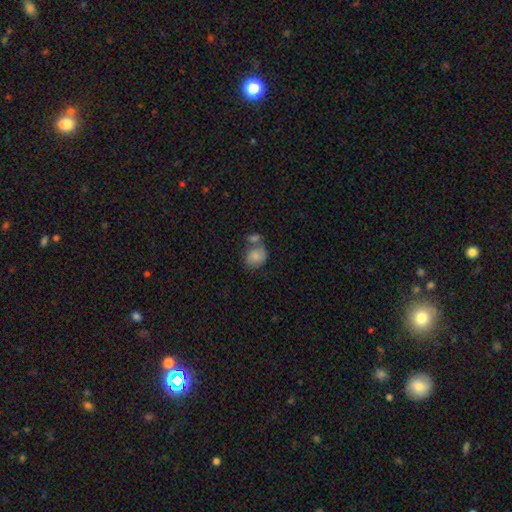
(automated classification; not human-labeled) smooth-or-featured: smooth: 75% | featured or disk: 17% | star or artifact: 8%
  how-rounded: round: 51% | in between: 48% | cigar-shaped: 1%
  merging: merger: 42% | none: 33% | minor disturbance: 16% | major disturbance: 8%